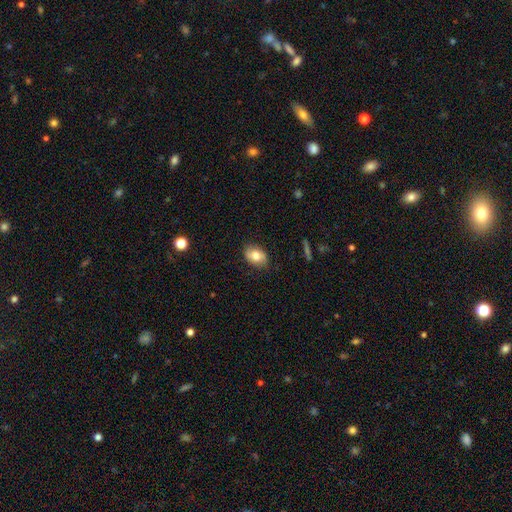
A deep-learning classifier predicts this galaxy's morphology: Q: Smooth or featured?
A: smooth (77%); runner-up: featured or disk (16%)
Q: How rounded?
A: in between (83%); runner-up: round (16%)
Q: Merging?
A: none (84%); runner-up: minor disturbance (13%)